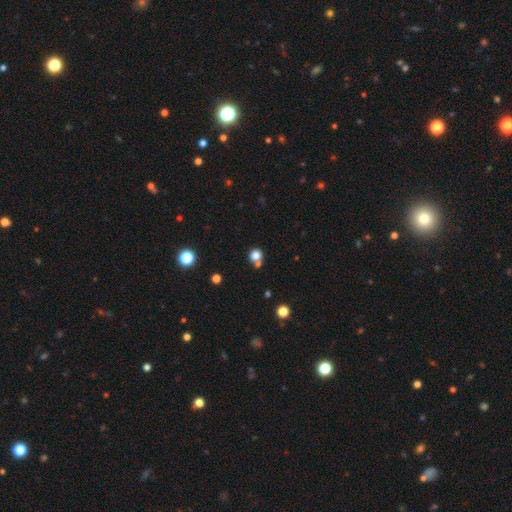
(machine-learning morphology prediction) Smooth or featured? smooth (80%)
How rounded? round (88%)
Merging? none (63%)